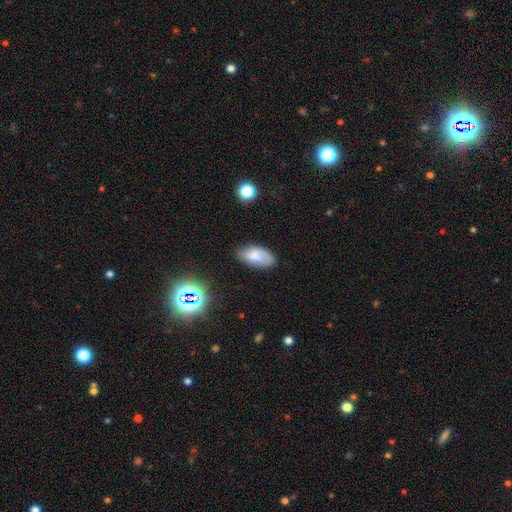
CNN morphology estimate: Overall: smooth (69%). How rounded: in between (94%). Merging: none (74%).